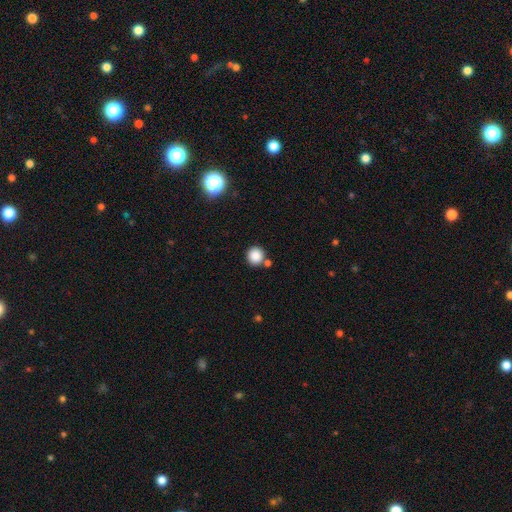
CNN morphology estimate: smooth 86%, star or artifact 11%, featured or disk 4%. Down the decision tree: how rounded — round (94%); merging — none (77%).